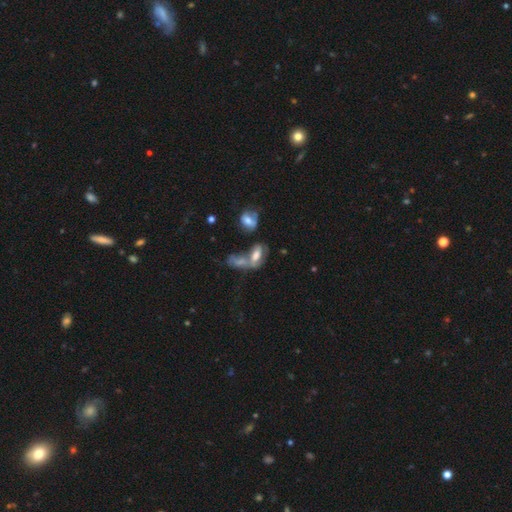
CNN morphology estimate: Smooth or featured: smooth — 51% (featured or disk — 37%)
How rounded: in between — 82% (cigar-shaped — 12%)
Merging: merger — 50% (none — 24%)